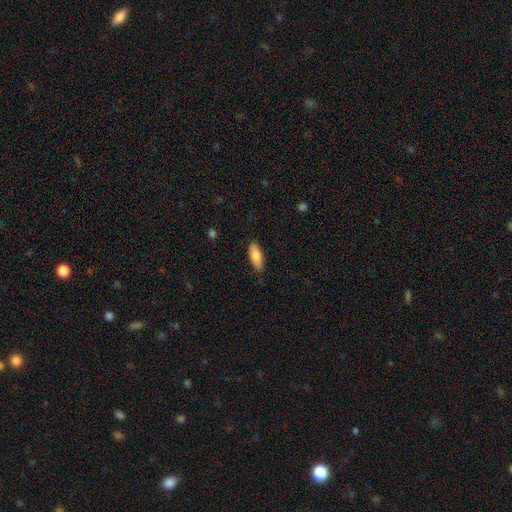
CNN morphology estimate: Smooth or featured?
  - smooth: 84% *
  - featured or disk: 10%
  - star or artifact: 6%
How rounded?
  - in between: 72% *
  - cigar-shaped: 27%
  - round: 2%
Merging?
  - none: 82% *
  - minor disturbance: 15%
  - major disturbance: 2%
  - merger: 1%